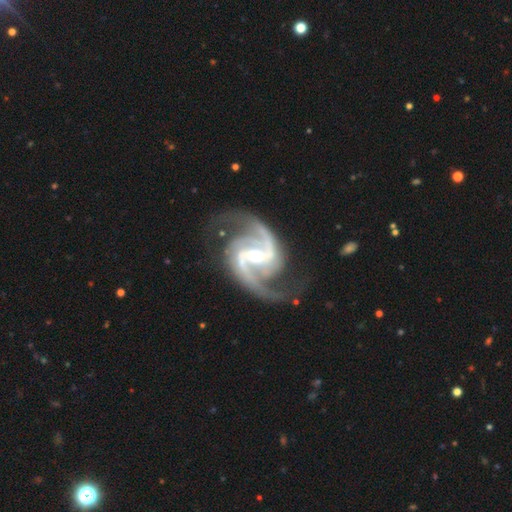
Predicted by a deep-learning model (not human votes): Smooth or featured: featured or disk — 94% (star or artifact — 4%)
Edge-on disk: no — 98% (yes — 2%)
Bar: strong — 43% (weak — 39%)
Spiral arms: yes — 99% (no — 1%)
Spiral winding: medium — 62% (loose — 21%)
Spiral arm count: 2 — 75% (3 — 14%)
Bulge size: moderate — 55% (small — 41%)
Merging: none — 72% (minor disturbance — 17%)